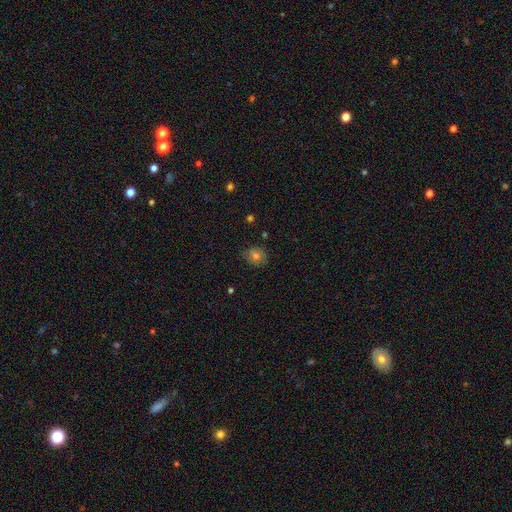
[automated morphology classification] smooth 72%, featured or disk 16%, star or artifact 12%. Down the decision tree: how rounded — round (69%); merging — none (75%).